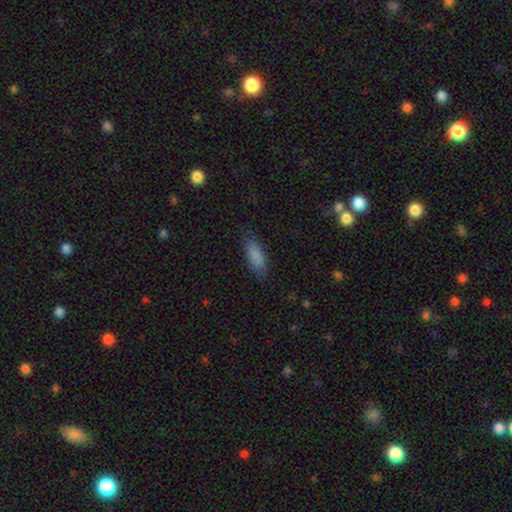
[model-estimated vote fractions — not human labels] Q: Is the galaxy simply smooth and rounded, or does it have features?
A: smooth — 87%.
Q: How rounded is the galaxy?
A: in between — 75%.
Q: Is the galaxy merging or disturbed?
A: none — 80%.